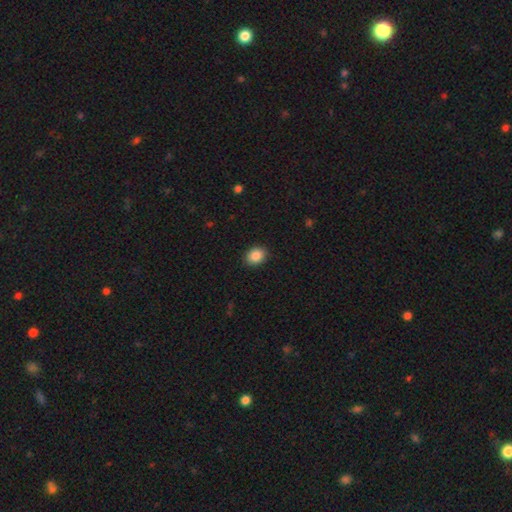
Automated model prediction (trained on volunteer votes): This appears to be a smooth galaxy with no disk features (87%) that is in between round and cigar-shaped (57%). Merging: none (90%).